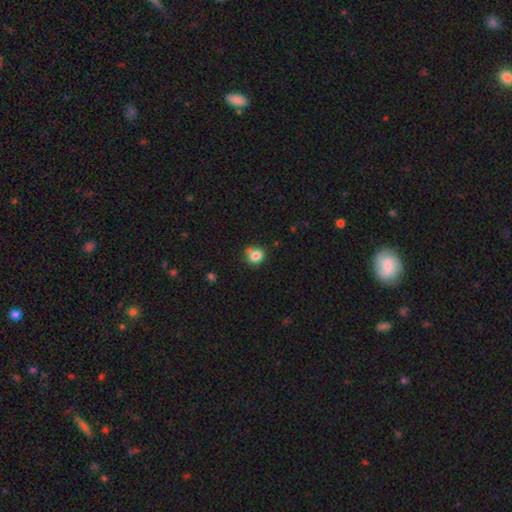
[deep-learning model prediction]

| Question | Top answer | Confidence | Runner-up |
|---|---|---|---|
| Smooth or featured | smooth | 81% | star or artifact (11%) |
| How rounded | round | 70% | in between (29%) |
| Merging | none | 60% | minor disturbance (23%) |